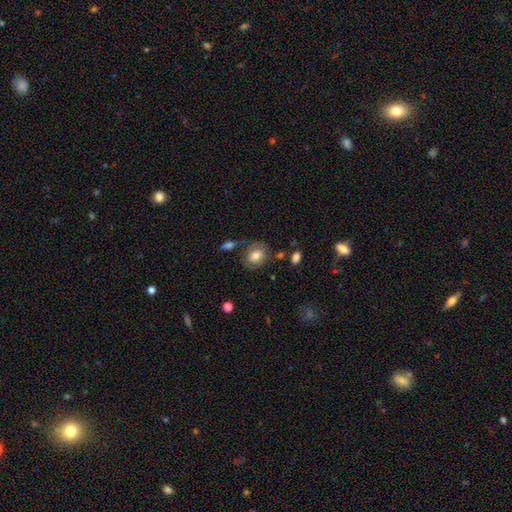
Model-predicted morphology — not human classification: smooth_or_featured: smooth (p=0.62) [alt: featured or disk p=0.30]
how_rounded: round (p=0.60) [alt: in between p=0.39]
merging: none (p=0.68) [alt: minor disturbance p=0.18]